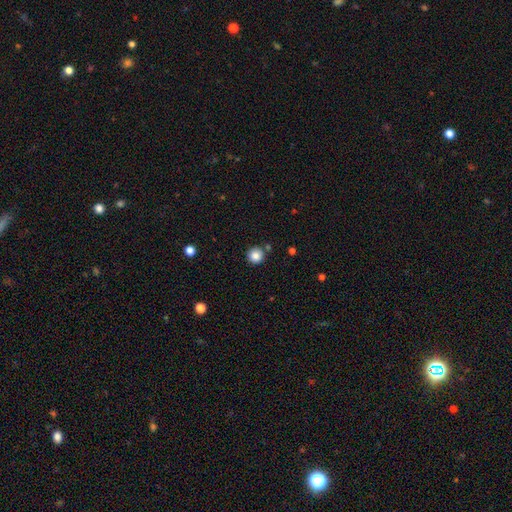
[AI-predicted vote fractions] Smooth or featured?
  - smooth: 85% *
  - star or artifact: 10%
  - featured or disk: 5%
How rounded?
  - round: 95% *
  - in between: 4%
  - cigar-shaped: 1%
Merging?
  - none: 86% *
  - minor disturbance: 7%
  - merger: 5%
  - major disturbance: 2%